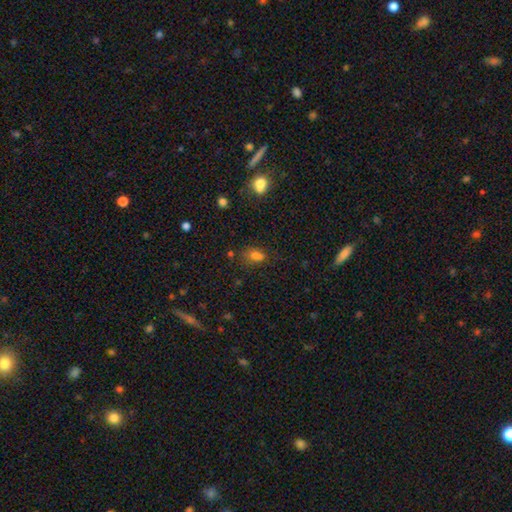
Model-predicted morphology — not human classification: Smooth or featured? smooth (70%)
How rounded? in between (74%)
Merging? none (55%)